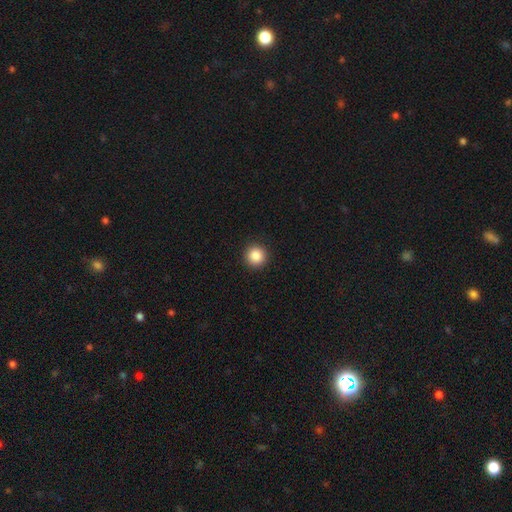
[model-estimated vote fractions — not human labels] smooth_or_featured: smooth (p=0.87) [alt: star or artifact p=0.10]
how_rounded: round (p=0.96) [alt: in between p=0.03]
merging: none (p=0.93) [alt: minor disturbance p=0.04]